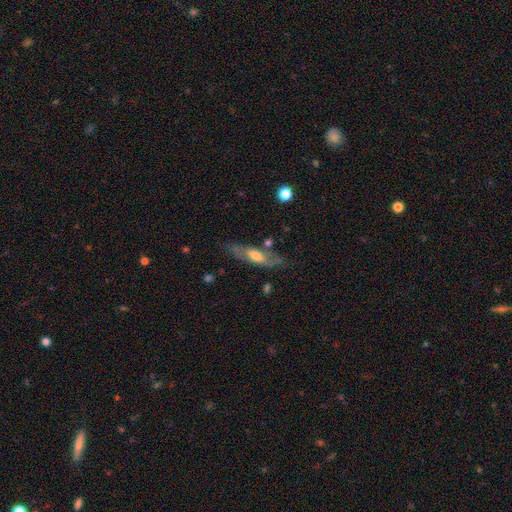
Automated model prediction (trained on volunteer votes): Smooth or featured? featured or disk (55%)
Edge-on disk? no (55%)
Merging? none (68%)